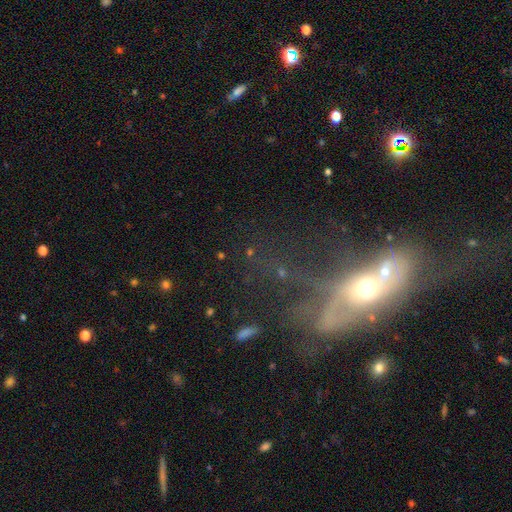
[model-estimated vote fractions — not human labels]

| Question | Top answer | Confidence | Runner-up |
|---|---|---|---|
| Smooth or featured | featured or disk | 44% | smooth (34%) |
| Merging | merger | 31% | none (29%) |